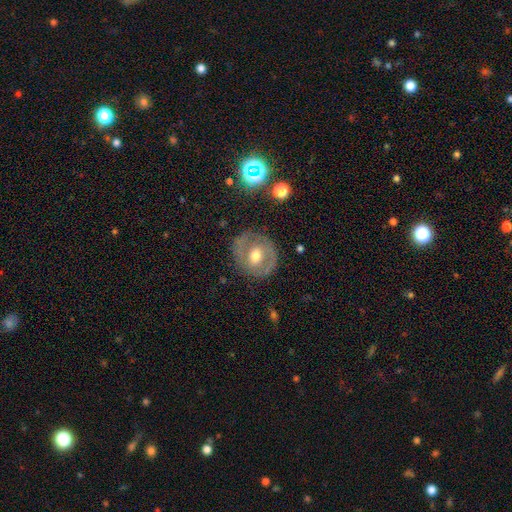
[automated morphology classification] Q: Smooth or featured?
A: featured or disk (58%); runner-up: smooth (35%)
Q: Edge-on disk?
A: no (95%); runner-up: yes (5%)
Q: Bar?
A: no (50%); runner-up: weak (36%)
Q: Spiral arms?
A: no (57%); runner-up: yes (43%)
Q: Bulge size?
A: moderate (73%); runner-up: small (16%)
Q: Merging?
A: none (78%); runner-up: minor disturbance (14%)